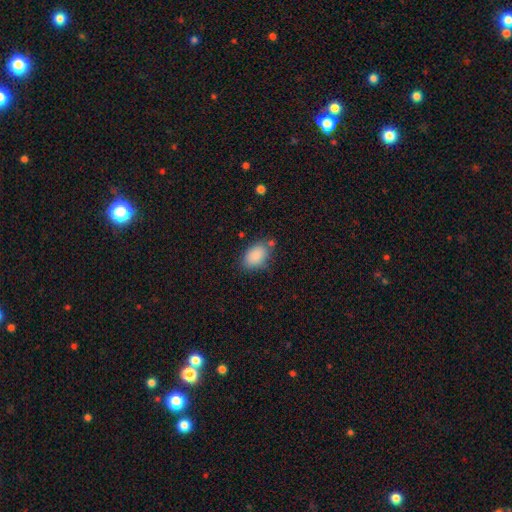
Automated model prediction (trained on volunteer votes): The model was most divided on "merging": none: 71%, minor disturbance: 19%, major disturbance: 5%, merger: 5%. More confident: how rounded — in between (89%); smooth or featured — smooth (88%).